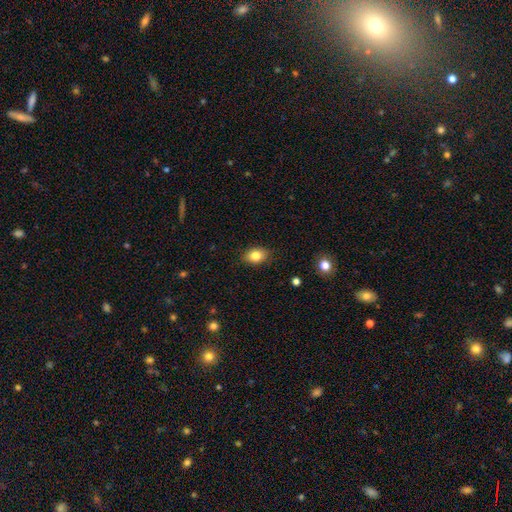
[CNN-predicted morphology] smooth-or-featured: smooth: 83% | star or artifact: 9% | featured or disk: 8%
  how-rounded: in between: 76% | round: 23% | cigar-shaped: 1%
  merging: none: 86% | minor disturbance: 11% | major disturbance: 2% | merger: 1%